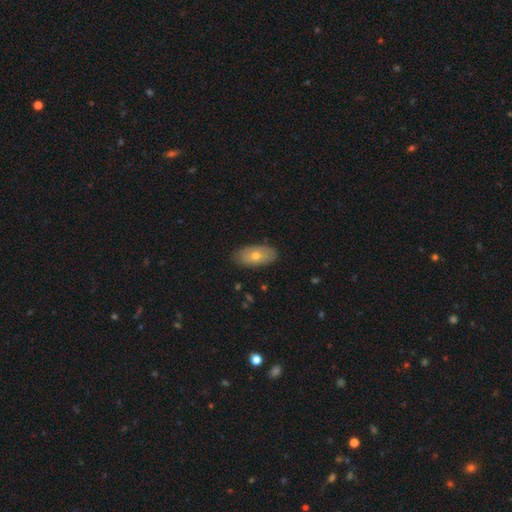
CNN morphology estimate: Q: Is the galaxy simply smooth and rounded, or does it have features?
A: smooth — 65%.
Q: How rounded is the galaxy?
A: in between — 91%.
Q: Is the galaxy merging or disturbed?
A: none — 87%.